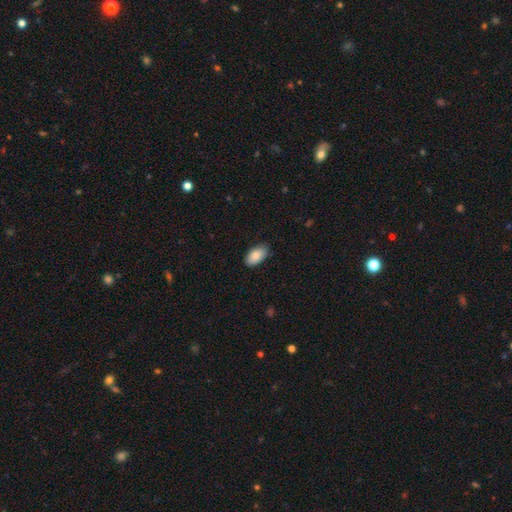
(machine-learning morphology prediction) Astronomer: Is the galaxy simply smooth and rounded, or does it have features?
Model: smooth — 87%.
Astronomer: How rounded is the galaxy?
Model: in between — 95%.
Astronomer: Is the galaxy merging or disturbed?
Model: none — 85%.